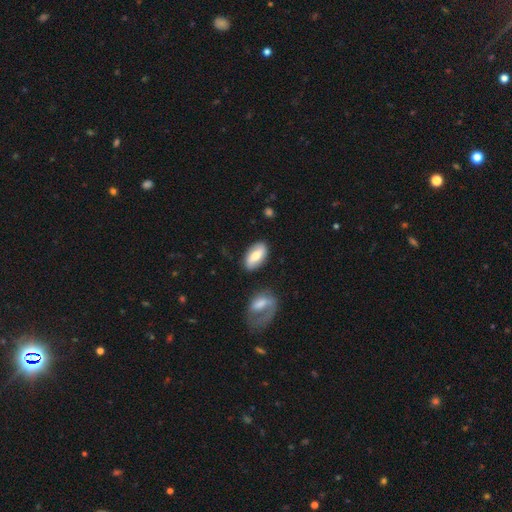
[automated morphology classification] type=smooth (64%); roundness=in between (91%); merging=none (80%).